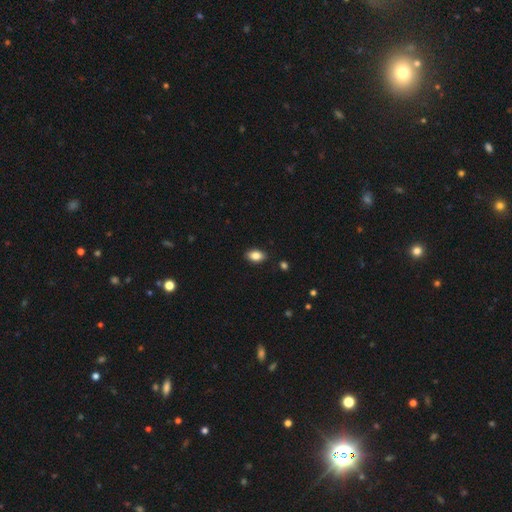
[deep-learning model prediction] The model was most divided on "smooth or featured": smooth: 84%, star or artifact: 8%, featured or disk: 7%. More confident: how rounded — in between (89%); merging — none (87%).